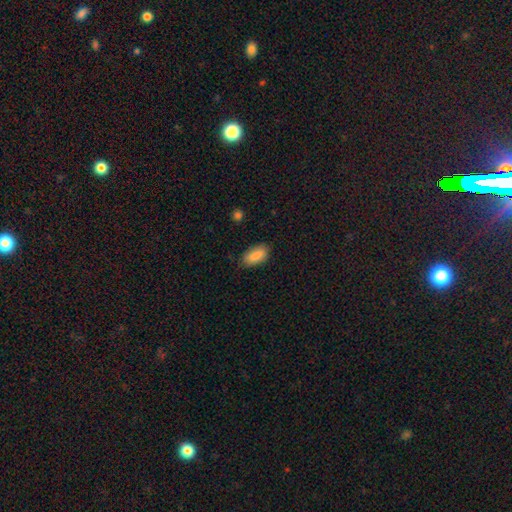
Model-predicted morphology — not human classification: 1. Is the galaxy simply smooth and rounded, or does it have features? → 87% smooth, 7% featured or disk, 7% star or artifact.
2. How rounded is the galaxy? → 90% in between, 8% cigar-shaped, 3% round.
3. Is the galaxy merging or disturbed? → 81% none, 15% minor disturbance, 3% major disturbance, 1% merger.